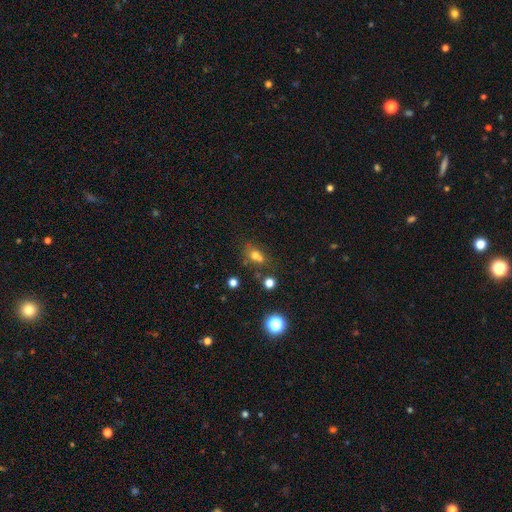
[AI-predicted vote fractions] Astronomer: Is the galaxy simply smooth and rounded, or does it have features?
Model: smooth — 66%.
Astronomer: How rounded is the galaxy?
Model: in between — 50% (runner-up: round, 48%).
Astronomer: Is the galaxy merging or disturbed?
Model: none — 44% (runner-up: merger, 34%).